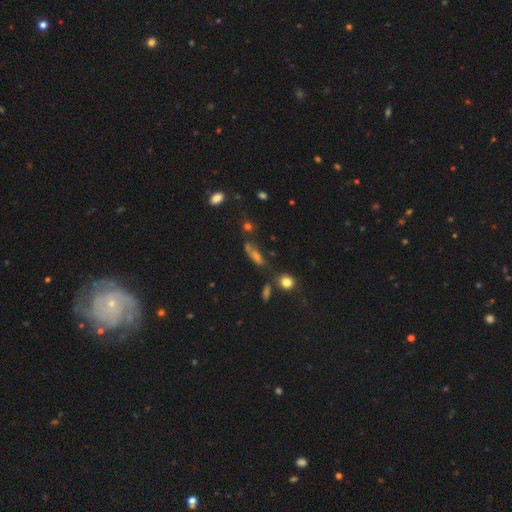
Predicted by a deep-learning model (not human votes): Smooth or featured: smooth — 50% (star or artifact — 26%)
Merging: none — 54% (minor disturbance — 18%)